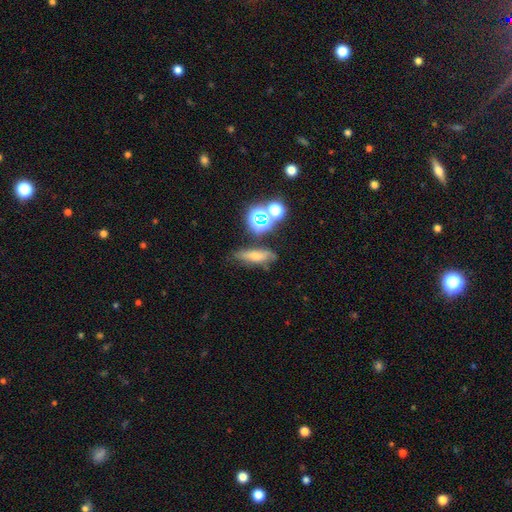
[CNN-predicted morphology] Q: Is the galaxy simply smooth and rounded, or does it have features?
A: smooth — 43%.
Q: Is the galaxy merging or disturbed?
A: none — 68%.